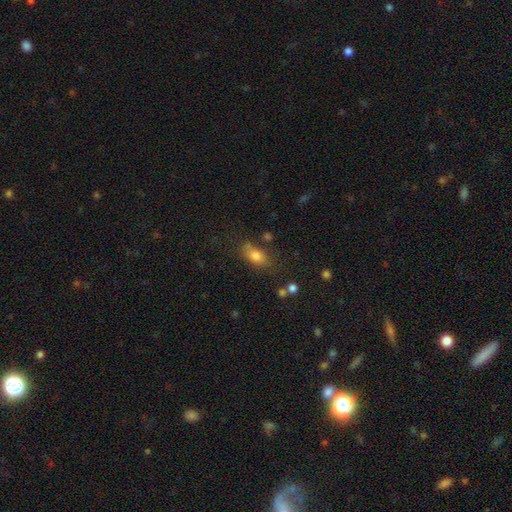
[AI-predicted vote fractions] A smooth galaxy with no disk features (77%) that is in between round and cigar-shaped (78%). Merging: none (67%).